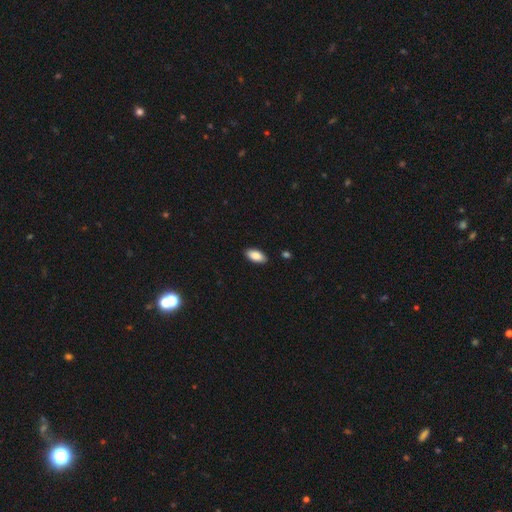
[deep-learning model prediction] smooth-or-featured: smooth: 85% | featured or disk: 8% | star or artifact: 6%
  how-rounded: in between: 90% | cigar-shaped: 8% | round: 2%
  merging: none: 89% | minor disturbance: 8% | major disturbance: 2% | merger: 1%